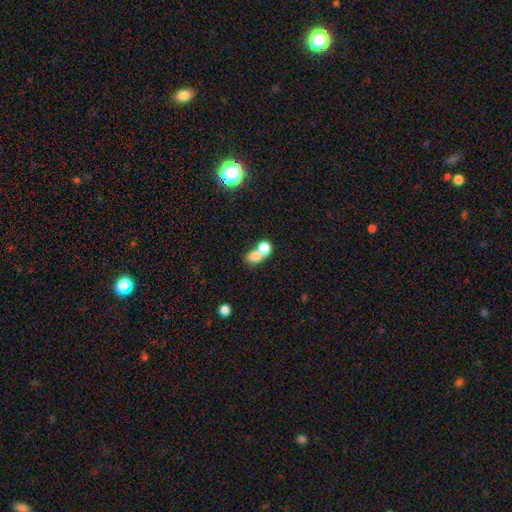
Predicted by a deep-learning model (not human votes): smooth-or-featured: smooth: 75% | featured or disk: 14% | star or artifact: 11%
  how-rounded: in between: 50% | round: 48% | cigar-shaped: 2%
  merging: merger: 66% | none: 24% | minor disturbance: 6% | major disturbance: 5%